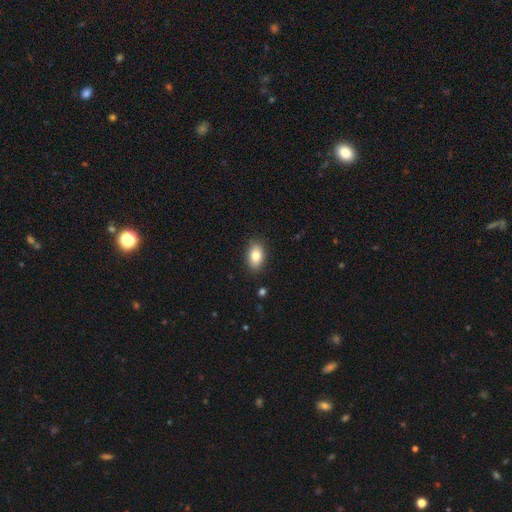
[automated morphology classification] Overall: smooth (83%). How rounded: in between (89%). Merging: none (87%).